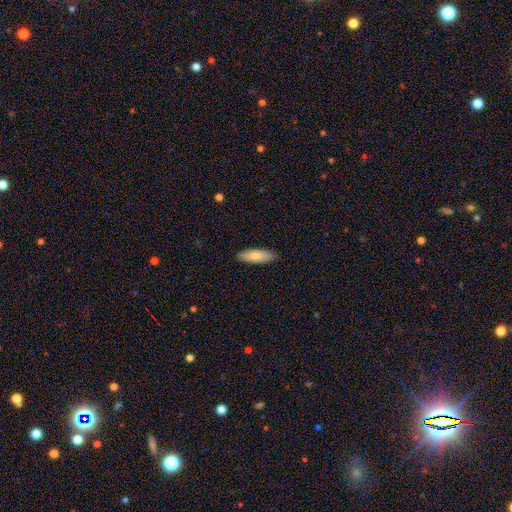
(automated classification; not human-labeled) Smooth or featured? Predicted: smooth (p=0.78). How rounded? Predicted: in between (p=0.54). Merging? Predicted: none (p=0.90).